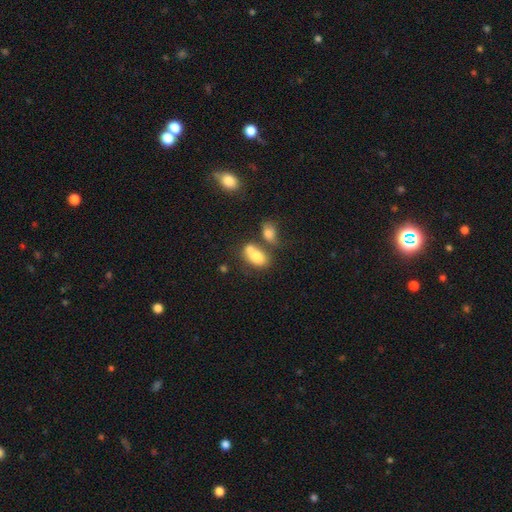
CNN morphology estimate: A smooth galaxy with no disk features (74%) that is in between round and cigar-shaped (82%). Merging: merger (51%).